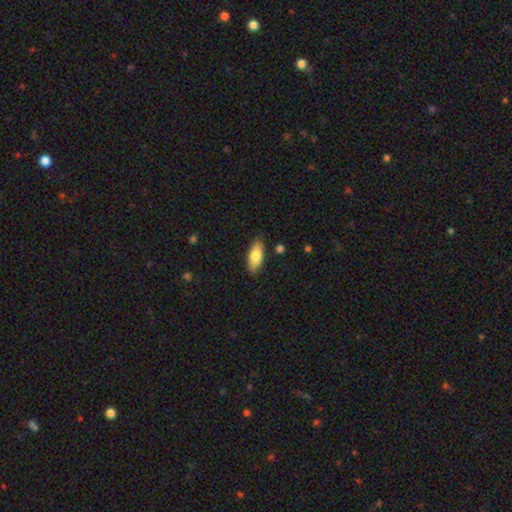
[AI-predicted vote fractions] smooth_or_featured: smooth (p=0.77) [alt: featured or disk p=0.17]
how_rounded: in between (p=0.83) [alt: cigar-shaped p=0.15]
merging: none (p=0.86) [alt: minor disturbance p=0.10]